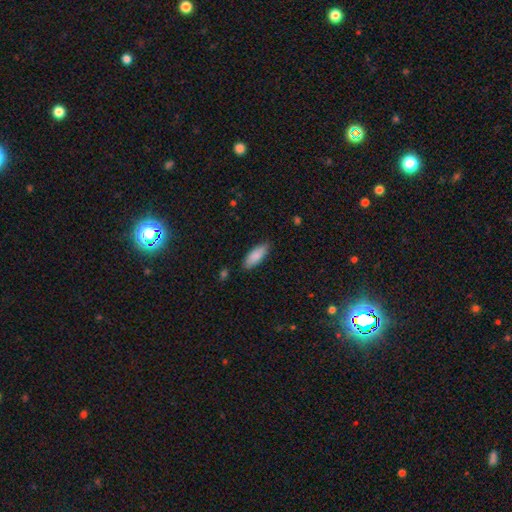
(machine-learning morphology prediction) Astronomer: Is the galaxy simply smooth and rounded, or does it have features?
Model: smooth — 87%.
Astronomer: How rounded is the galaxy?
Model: in between — 68%.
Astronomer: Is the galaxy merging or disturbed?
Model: none — 84%.